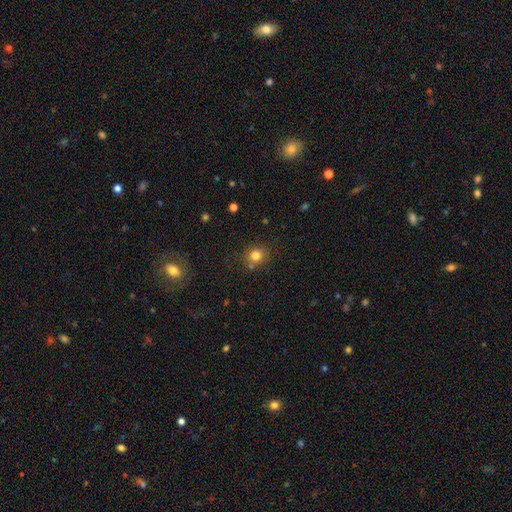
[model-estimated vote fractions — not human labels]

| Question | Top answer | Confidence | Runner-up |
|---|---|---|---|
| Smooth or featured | smooth | 79% | star or artifact (14%) |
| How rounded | round | 83% | in between (17%) |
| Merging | none | 78% | minor disturbance (11%) |